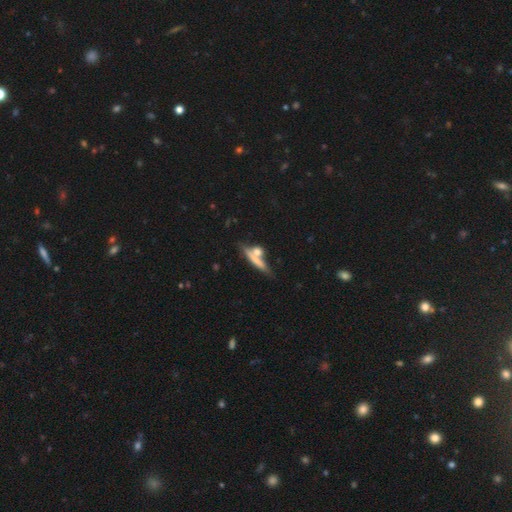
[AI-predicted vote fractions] Smooth or featured?
  - smooth: 60% *
  - featured or disk: 32%
  - star or artifact: 8%
How rounded?
  - cigar-shaped: 72% *
  - in between: 18%
  - round: 10%
Merging?
  - none: 48% *
  - merger: 34%
  - minor disturbance: 12%
  - major disturbance: 6%